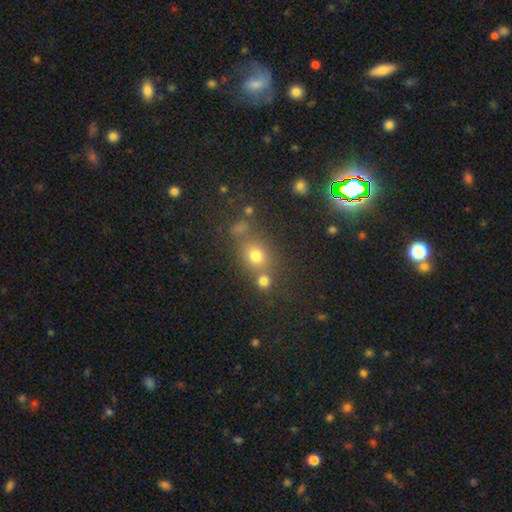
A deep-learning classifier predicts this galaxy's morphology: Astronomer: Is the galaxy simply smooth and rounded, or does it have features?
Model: smooth — 70%.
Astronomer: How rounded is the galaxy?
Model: round — 71%.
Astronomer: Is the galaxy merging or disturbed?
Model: none — 59%.